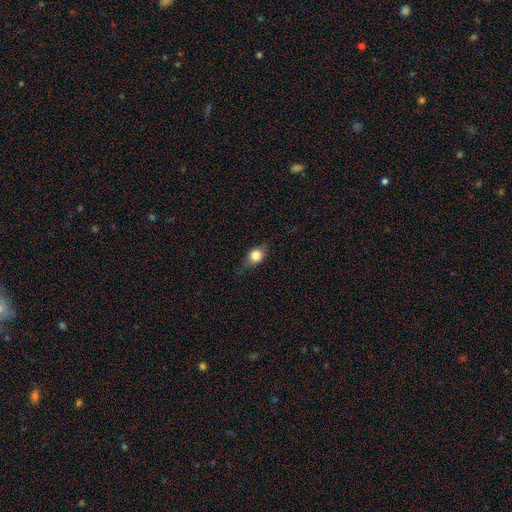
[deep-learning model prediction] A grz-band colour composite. It shows a smooth galaxy with no disk features (73%) that is round (54%). Merging: none (67%).